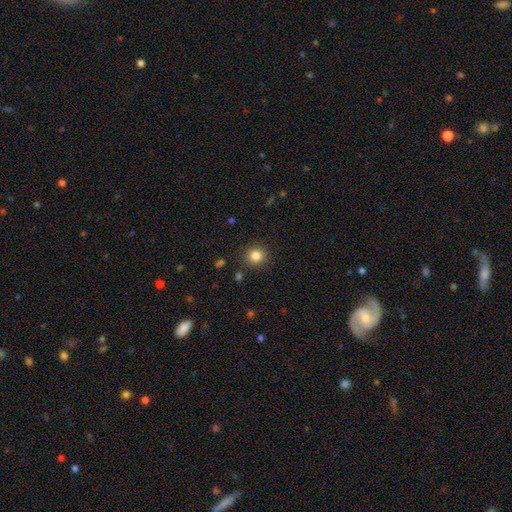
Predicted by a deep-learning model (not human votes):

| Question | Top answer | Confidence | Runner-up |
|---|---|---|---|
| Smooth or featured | smooth | 83% | star or artifact (12%) |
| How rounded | round | 92% | in between (7%) |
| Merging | none | 90% | minor disturbance (6%) |